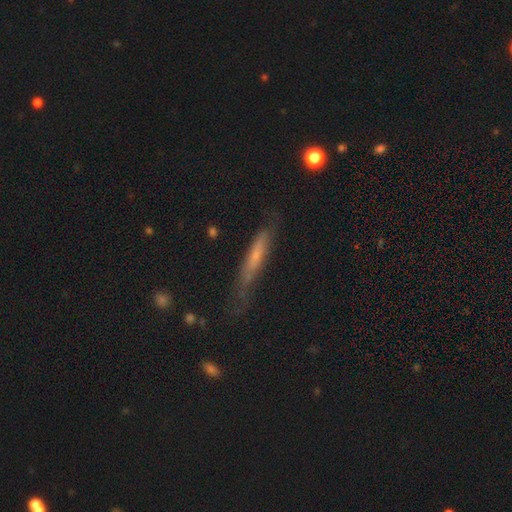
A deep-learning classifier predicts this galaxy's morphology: Q: Smooth or featured?
A: smooth (50%); runner-up: featured or disk (43%)
Q: Merging?
A: none (62%); runner-up: minor disturbance (26%)